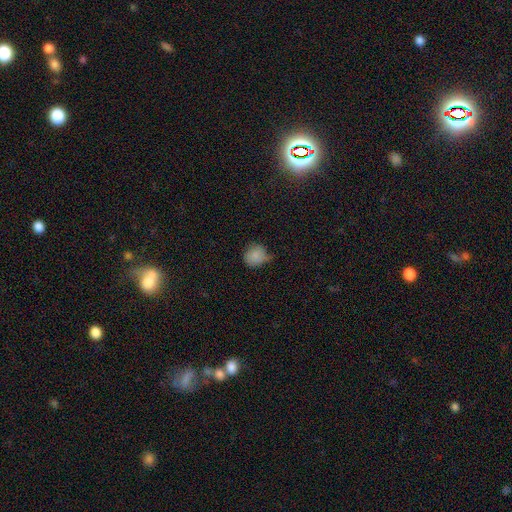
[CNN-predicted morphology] Smooth or featured: smooth — 83% (star or artifact — 10%)
How rounded: round — 81% (in between — 18%)
Merging: none — 50% (minor disturbance — 39%)